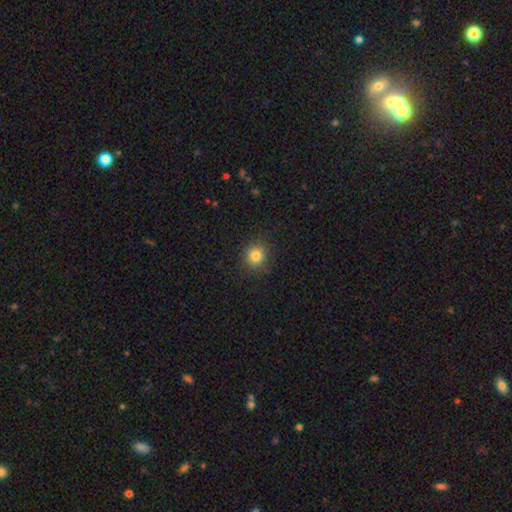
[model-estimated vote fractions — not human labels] Smooth or featured: smooth — 82% (star or artifact — 12%)
How rounded: round — 87% (in between — 12%)
Merging: none — 88% (minor disturbance — 8%)